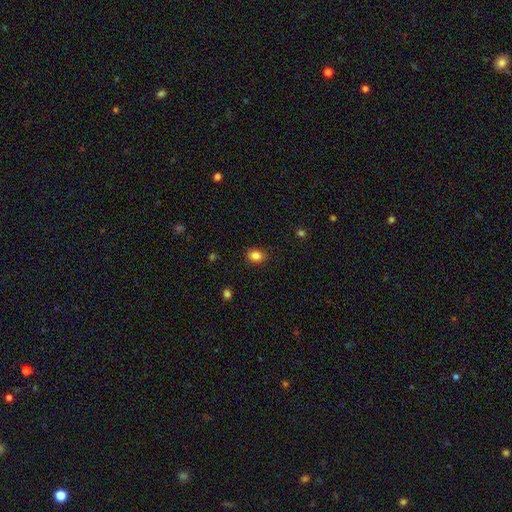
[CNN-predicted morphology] type=smooth (85%); roundness=in between (50%); merging=none (88%).